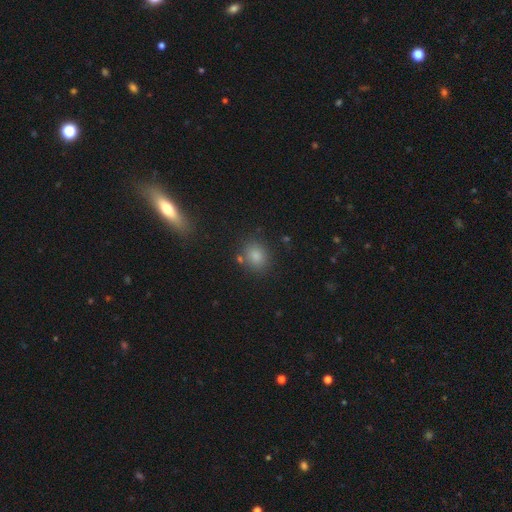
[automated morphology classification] This is clearly a smooth galaxy (83%). How rounded: possibly round (57%). Merging: likely none (78%).